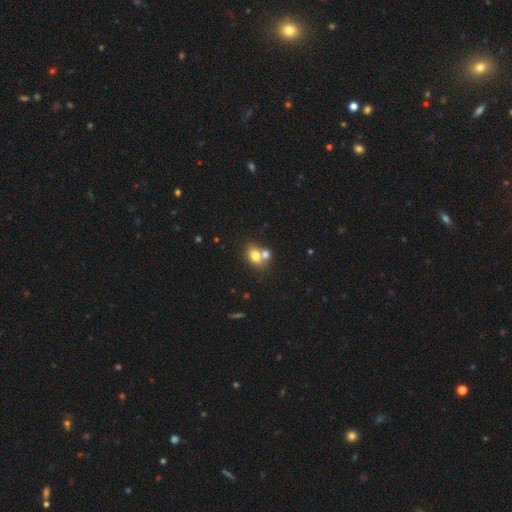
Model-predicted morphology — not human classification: Smooth or featured: smooth — 74% (featured or disk — 16%)
How rounded: in between — 57% (round — 41%)
Merging: merger — 52% (none — 36%)